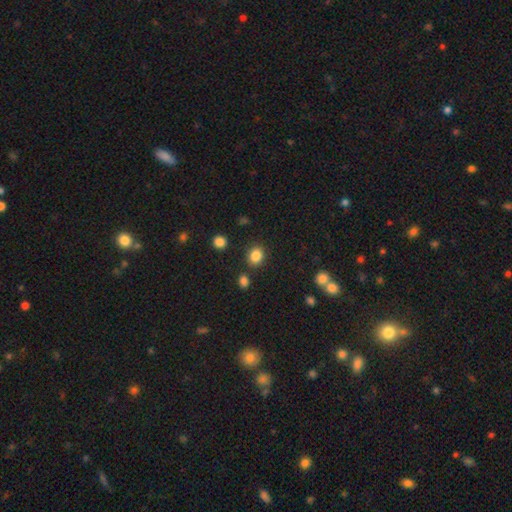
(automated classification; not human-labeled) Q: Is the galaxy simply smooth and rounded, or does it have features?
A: smooth — 85%.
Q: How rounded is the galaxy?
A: round — 61%.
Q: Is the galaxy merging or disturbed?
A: none — 82%.